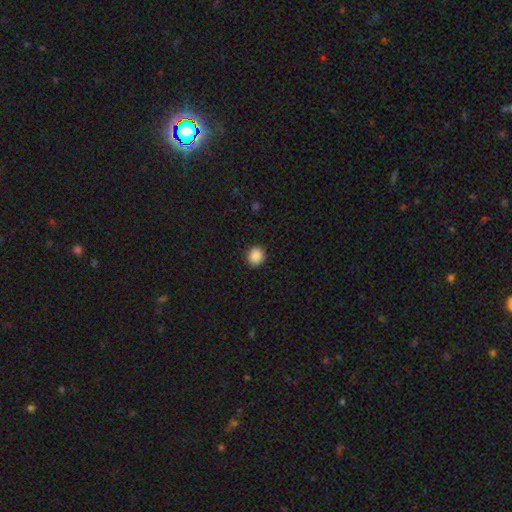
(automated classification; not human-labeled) A smooth galaxy with no disk features (88%) that is round (90%).

Vote fractions:
- Smooth or featured? smooth: 88% / star or artifact: 9% / featured or disk: 2%
- How rounded? round: 90% / in between: 9% / cigar-shaped: 1%
- Merging? none: 92% / minor disturbance: 5% / major disturbance: 2% / merger: 1%